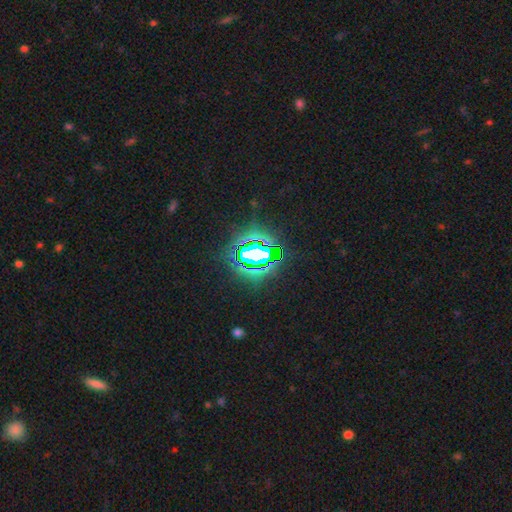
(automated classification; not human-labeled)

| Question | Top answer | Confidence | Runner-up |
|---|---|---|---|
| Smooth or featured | star or artifact | 77% | smooth (12%) |